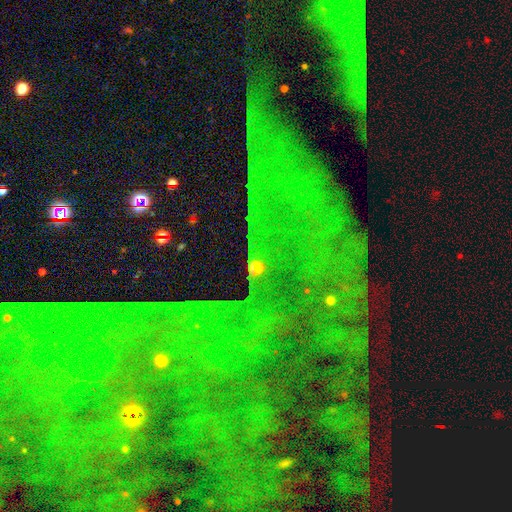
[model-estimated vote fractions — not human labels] Smooth or featured? star or artifact (82%)